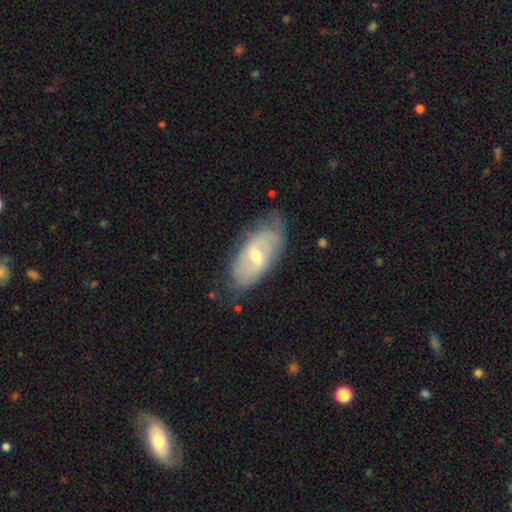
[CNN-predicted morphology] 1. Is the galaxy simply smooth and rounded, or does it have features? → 62% featured or disk, 31% smooth, 7% star or artifact.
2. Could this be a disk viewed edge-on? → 89% no, 11% yes.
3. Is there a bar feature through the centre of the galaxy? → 44% weak (tied), 44% no (tied), 12% strong.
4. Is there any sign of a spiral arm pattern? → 71% yes, 29% no.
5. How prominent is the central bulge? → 61% moderate, 35% small, 3% large, 1% none, 1% dominant.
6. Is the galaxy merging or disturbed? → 67% none, 25% minor disturbance, 7% major disturbance, 2% merger.